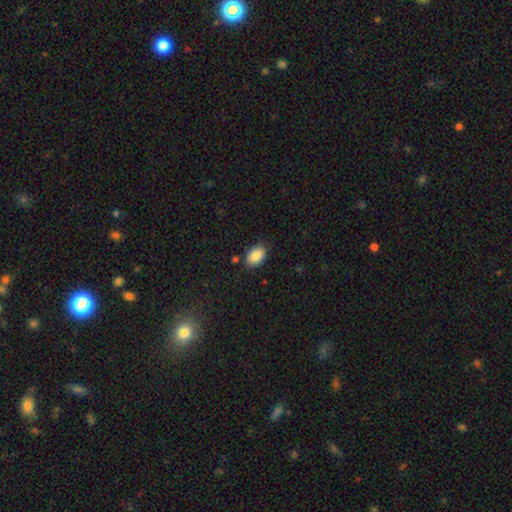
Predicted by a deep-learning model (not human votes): A smooth galaxy with no disk features (88%) that is in between round and cigar-shaped (88%).

Vote fractions:
- Smooth or featured? smooth: 88% / star or artifact: 7% / featured or disk: 5%
- How rounded? in between: 88% / round: 11% / cigar-shaped: 1%
- Merging? none: 83% / minor disturbance: 12% / major disturbance: 3% / merger: 2%